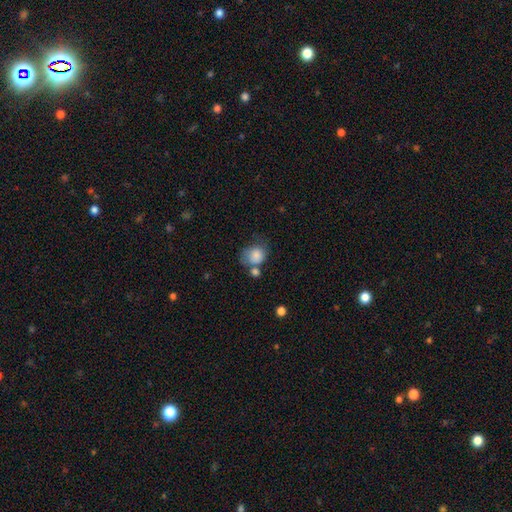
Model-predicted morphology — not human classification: type=smooth (81%); roundness=round (64%); merging=none (38%).